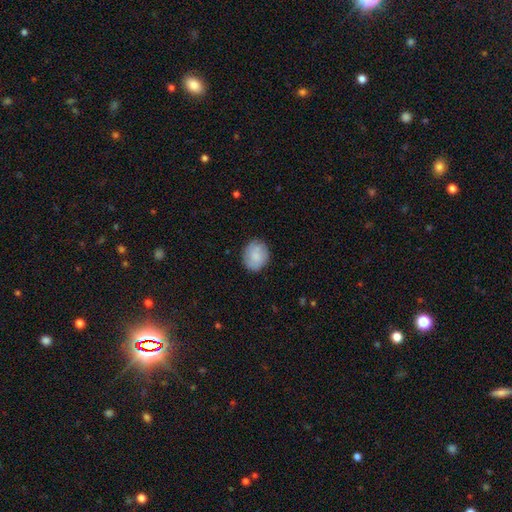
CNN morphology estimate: Q: Smooth or featured?
A: smooth (75%); runner-up: featured or disk (19%)
Q: How rounded?
A: round (70%); runner-up: in between (29%)
Q: Merging?
A: none (82%); runner-up: minor disturbance (13%)